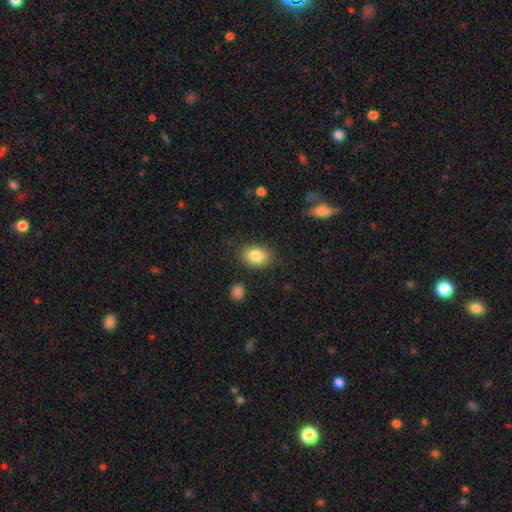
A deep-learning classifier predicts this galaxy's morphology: Overall: smooth (85%). How rounded: in between (77%). Merging: none (85%).